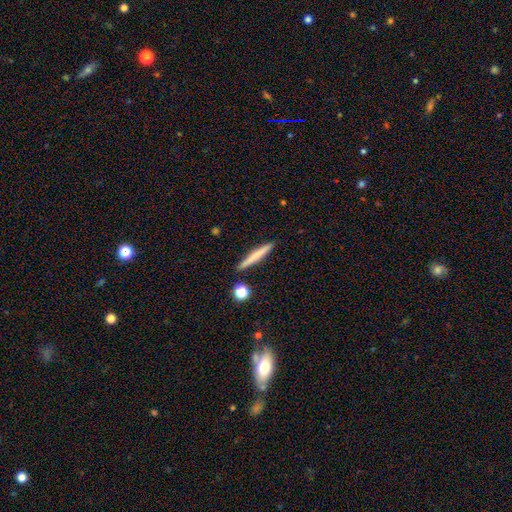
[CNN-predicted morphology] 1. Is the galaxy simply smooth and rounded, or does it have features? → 66% smooth, 27% featured or disk, 6% star or artifact.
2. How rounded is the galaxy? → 95% cigar-shaped, 3% in between, 2% round.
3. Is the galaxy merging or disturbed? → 90% none, 6% minor disturbance, 3% merger, 2% major disturbance.